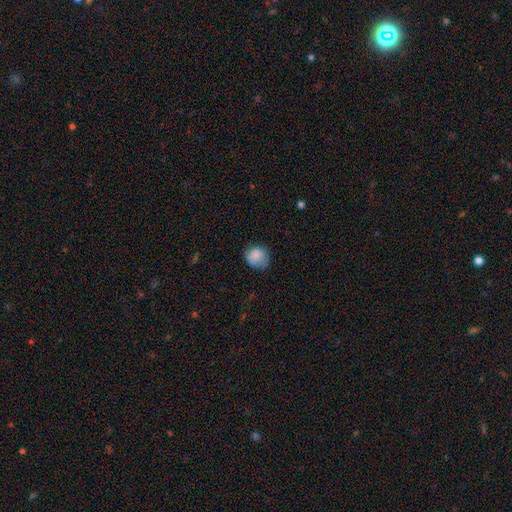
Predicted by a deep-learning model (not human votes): A smooth galaxy with no disk features (84%) that is round (76%).

Vote fractions:
- Smooth or featured? smooth: 84% / star or artifact: 8% / featured or disk: 8%
- How rounded? round: 76% / in between: 23% / cigar-shaped: 1%
- Merging? none: 63% / minor disturbance: 28% / major disturbance: 7% / merger: 1%